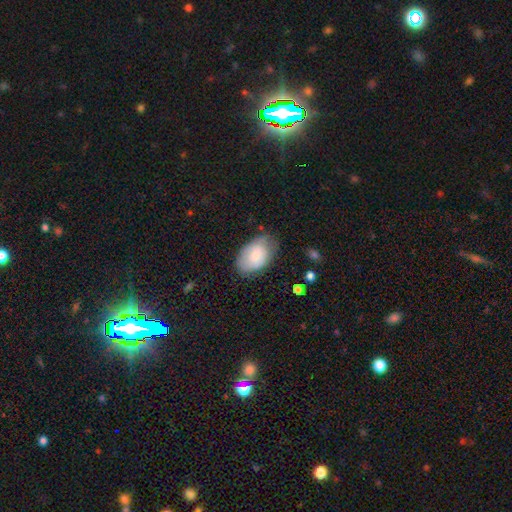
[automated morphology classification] A smooth galaxy with no disk features (74%) that is in between round and cigar-shaped (92%).

Vote fractions:
- Smooth or featured? smooth: 74% / featured or disk: 20% / star or artifact: 6%
- How rounded? in between: 92% / round: 7% / cigar-shaped: 1%
- Merging? none: 61% / minor disturbance: 30% / major disturbance: 7% / merger: 2%